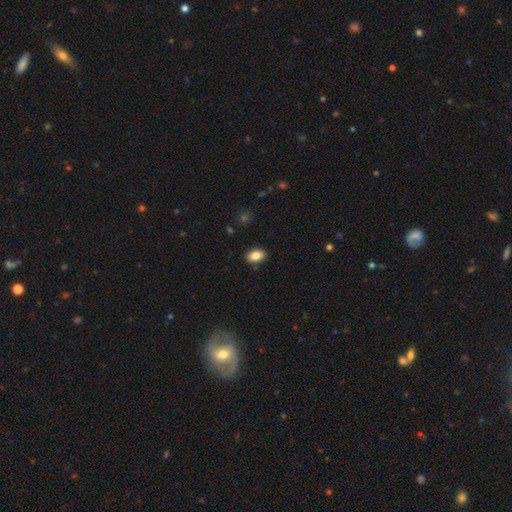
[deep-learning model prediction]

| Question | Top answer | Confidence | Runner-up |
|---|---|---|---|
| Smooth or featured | smooth | 84% | featured or disk (8%) |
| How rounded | in between | 88% | round (11%) |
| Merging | none | 89% | minor disturbance (8%) |